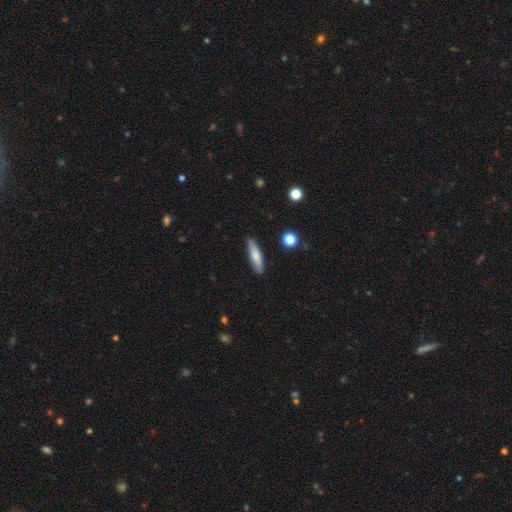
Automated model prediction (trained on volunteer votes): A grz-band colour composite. It shows a smooth galaxy with no disk features (75%) that is cigar-shaped (75%). Merging: none (86%).